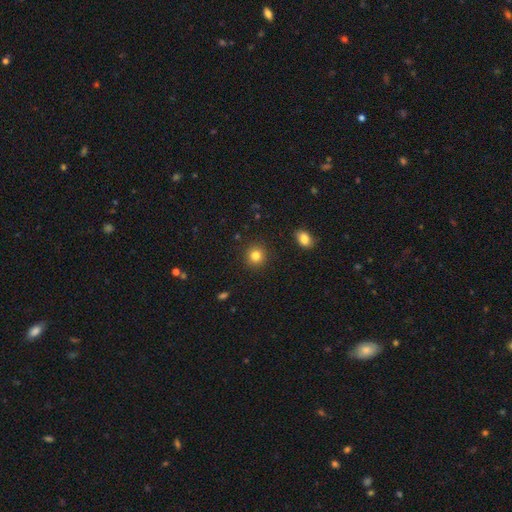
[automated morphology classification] This appears to be a smooth galaxy with no disk features (83%) that is round (91%). Merging: none (91%).